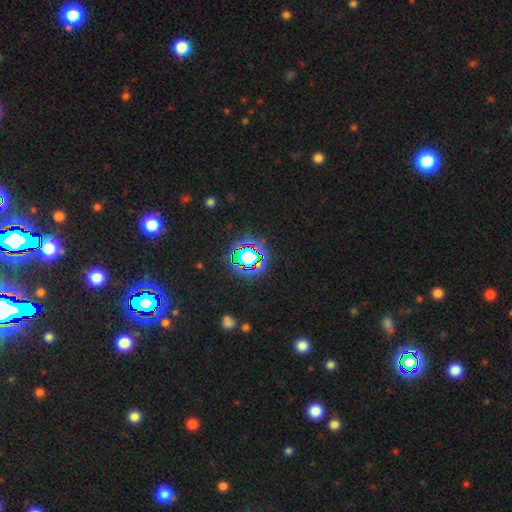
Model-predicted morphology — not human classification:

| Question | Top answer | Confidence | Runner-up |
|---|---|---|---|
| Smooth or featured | star or artifact | 78% | smooth (14%) |